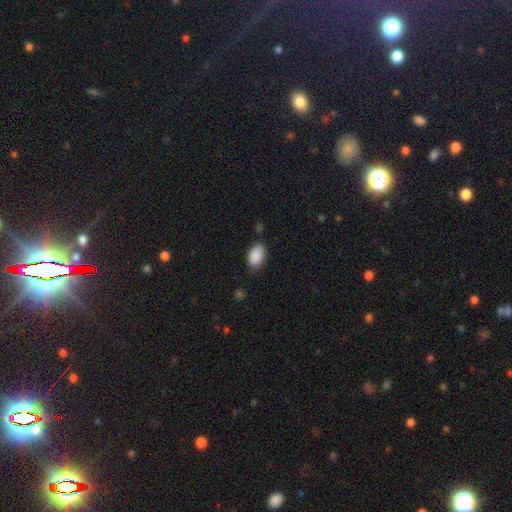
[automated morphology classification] This appears to be a smooth galaxy with no disk features (90%) that is in between round and cigar-shaped (93%). Merging: none (76%).